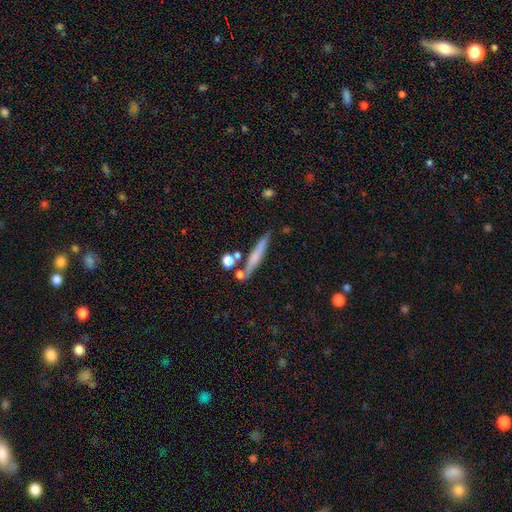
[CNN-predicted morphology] A smooth galaxy with no disk features (56%) that is cigar-shaped (91%). Merging: none (76%).